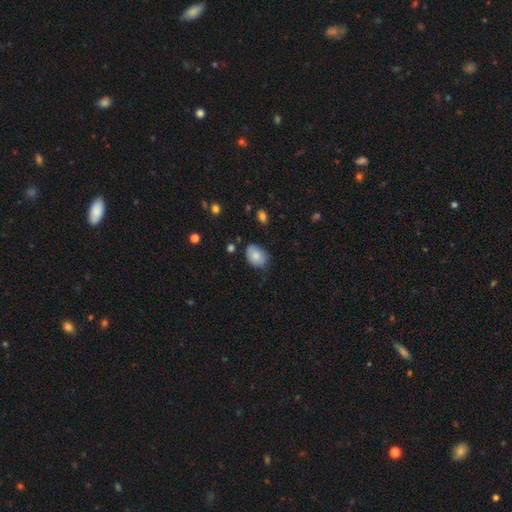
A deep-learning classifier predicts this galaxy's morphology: A smooth galaxy with no disk features (81%) that is in between round and cigar-shaped (74%).

Vote fractions:
- Smooth or featured? smooth: 81% / featured or disk: 11% / star or artifact: 8%
- How rounded? in between: 74% / round: 25% / cigar-shaped: 1%
- Merging? none: 71% / minor disturbance: 24% / major disturbance: 4% / merger: 2%